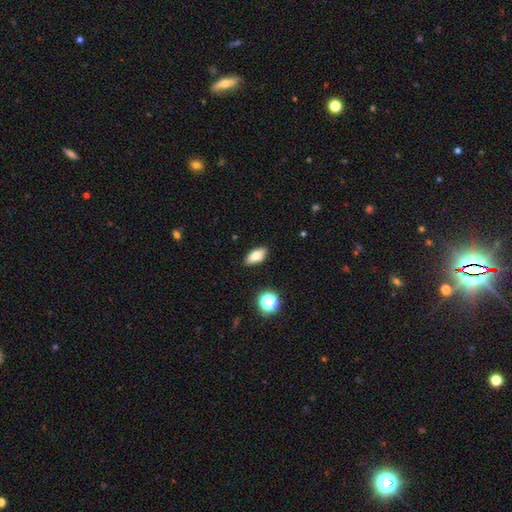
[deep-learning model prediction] Overall: smooth (75%). How rounded: in between (84%). Merging: none (88%).